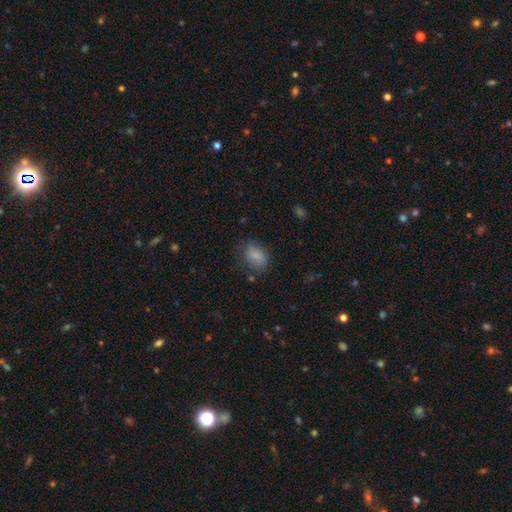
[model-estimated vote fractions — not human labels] Overall: smooth (81%). How rounded: in between (77%). Merging: none (68%).